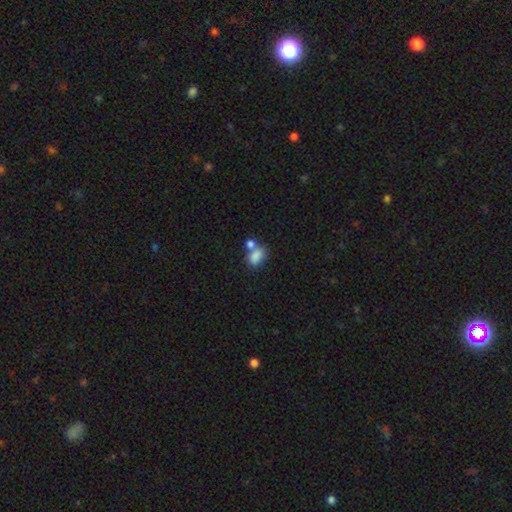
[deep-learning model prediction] Morphology: type=smooth (83%); roundness=in between (82%); merging=merger (46%).